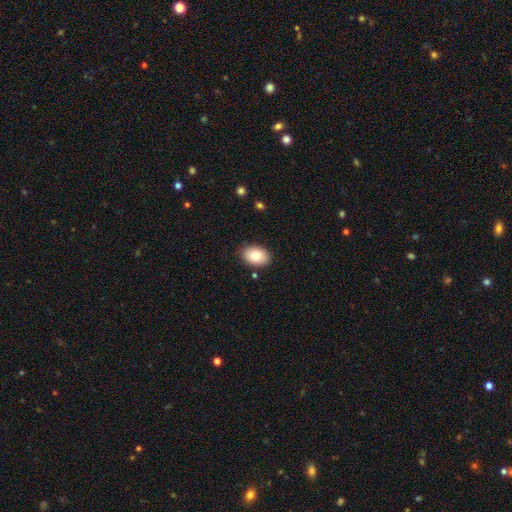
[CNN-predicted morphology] smooth 80%, featured or disk 12%, star or artifact 8%. Down the decision tree: how rounded — in between (82%); merging — none (87%).